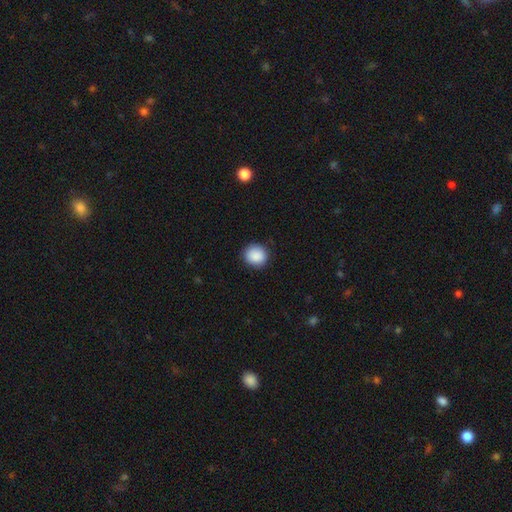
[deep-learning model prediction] Smooth or featured? Predicted: smooth (p=0.89). How rounded? Predicted: round (p=0.89). Merging? Predicted: none (p=0.89).